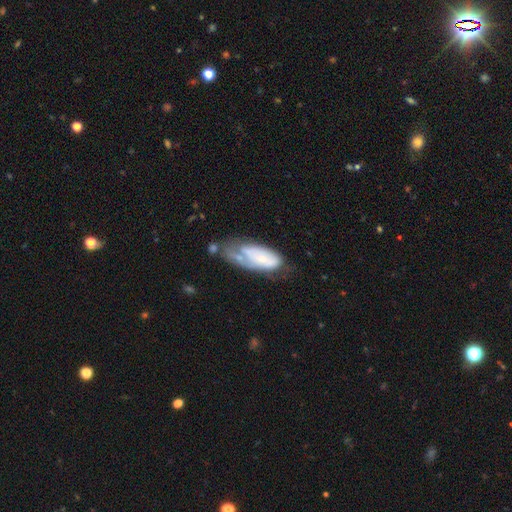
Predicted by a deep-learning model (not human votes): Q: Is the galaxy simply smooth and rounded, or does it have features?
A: featured or disk — 56%.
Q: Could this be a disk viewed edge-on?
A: no — 88%.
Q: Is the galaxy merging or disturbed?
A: none — 37%.